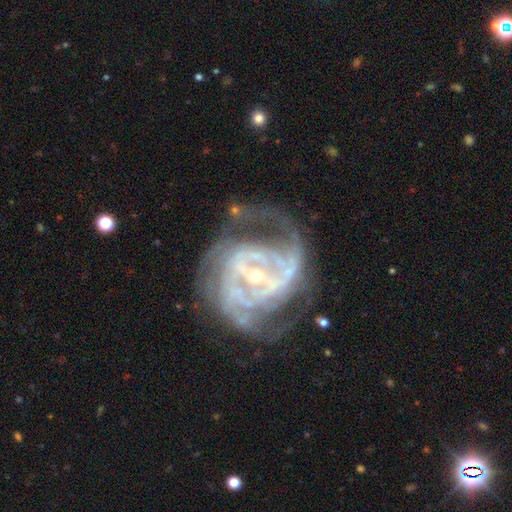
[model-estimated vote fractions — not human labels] Morphology: type=featured or disk (90%); edge-on=no (97%); bar=weak (38%); spiral arms=yes (94%); winding=tight (45%); arm count=2 (35%); bulge=small (69%); merging=none (51%).